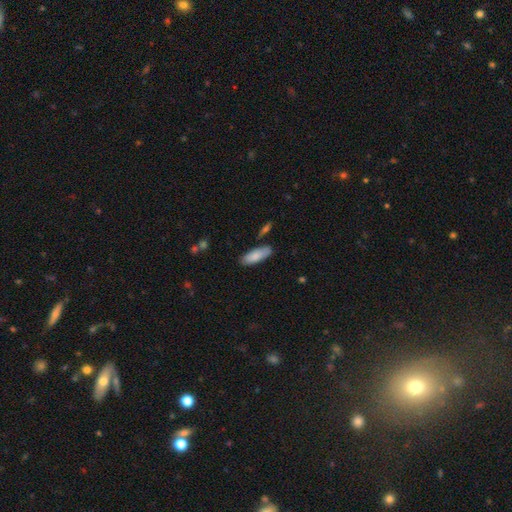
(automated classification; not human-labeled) smooth 82%, featured or disk 12%, star or artifact 6%. Down the decision tree: how rounded — in between (71%); merging — none (79%).